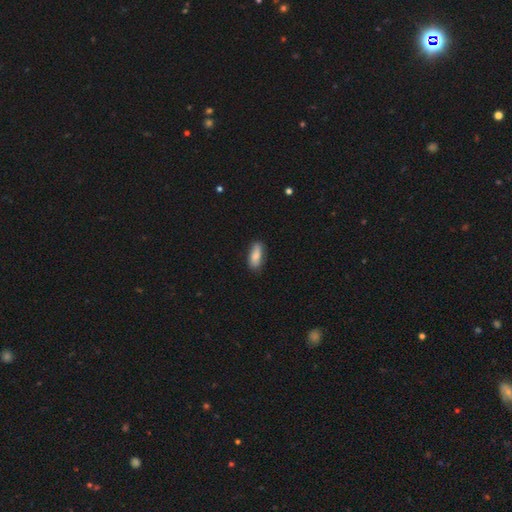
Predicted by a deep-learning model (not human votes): This is likely a smooth galaxy (80%). How rounded: likely in between (78%). Merging: likely none (77%).